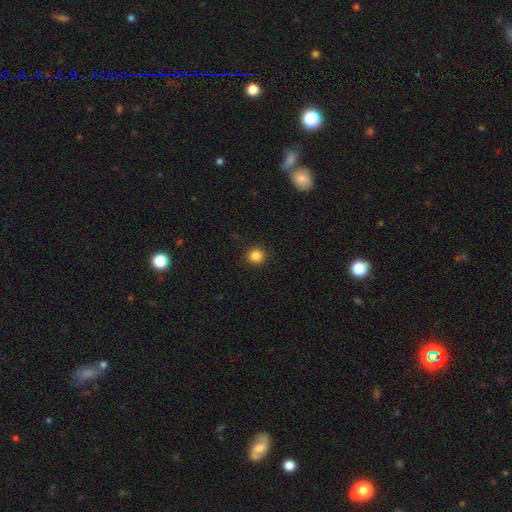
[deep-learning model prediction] The model was most divided on "smooth or featured": smooth: 85%, star or artifact: 11%, featured or disk: 3%. More confident: merging — none (92%); how rounded — round (92%).